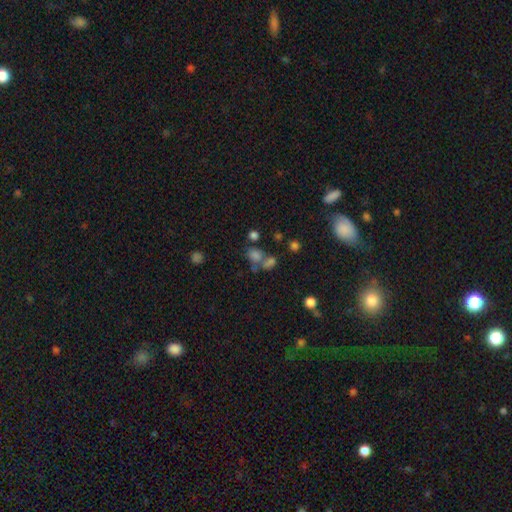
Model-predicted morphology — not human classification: Smooth or featured: smooth — 66% (star or artifact — 23%)
How rounded: round — 54% (in between — 44%)
Merging: none — 41% (merger — 40%)